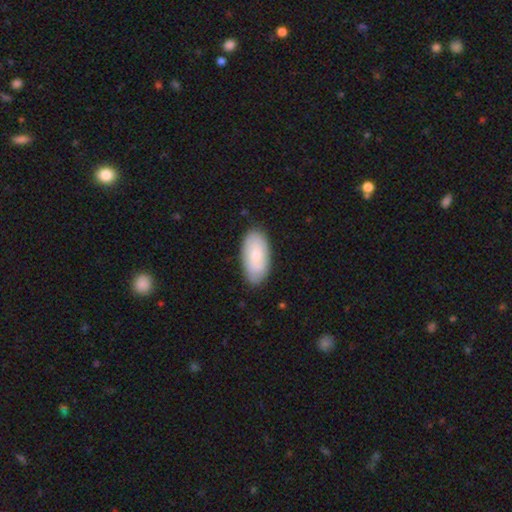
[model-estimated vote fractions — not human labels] This is likely a smooth galaxy (72%). How rounded: clearly in between (94%). Merging: clearly none (83%).